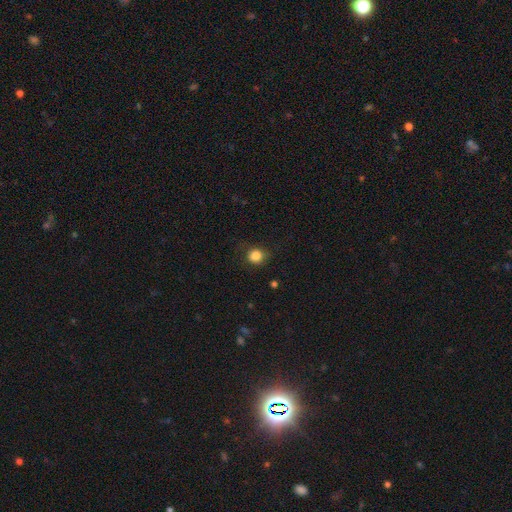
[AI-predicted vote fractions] Overall: smooth (84%). How rounded: round (85%). Merging: none (80%).